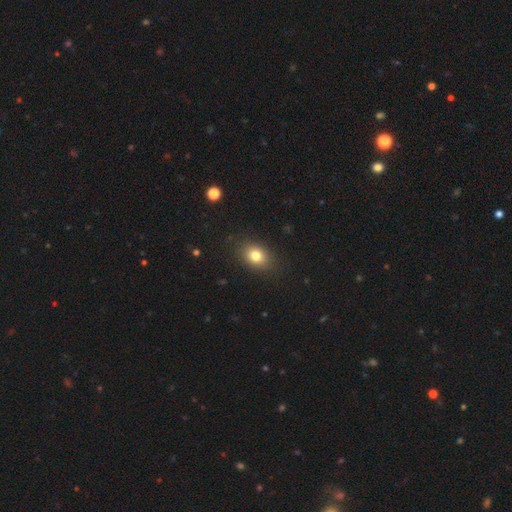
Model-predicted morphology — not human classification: Smooth or featured? smooth (80%)
How rounded? in between (64%)
Merging? none (87%)